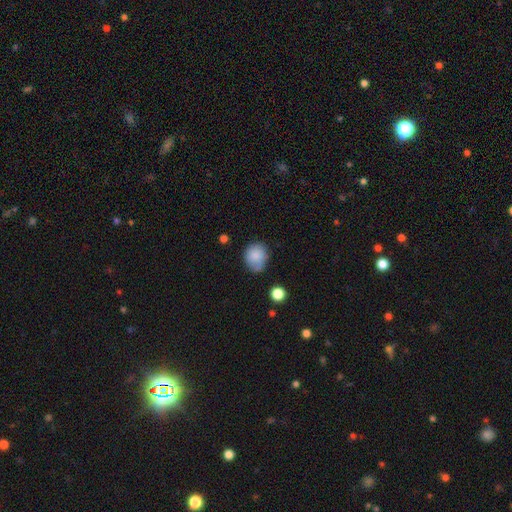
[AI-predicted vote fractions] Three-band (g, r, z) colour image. It shows a smooth galaxy with no disk features (84%) that is round (66%). Merging: none (61%).